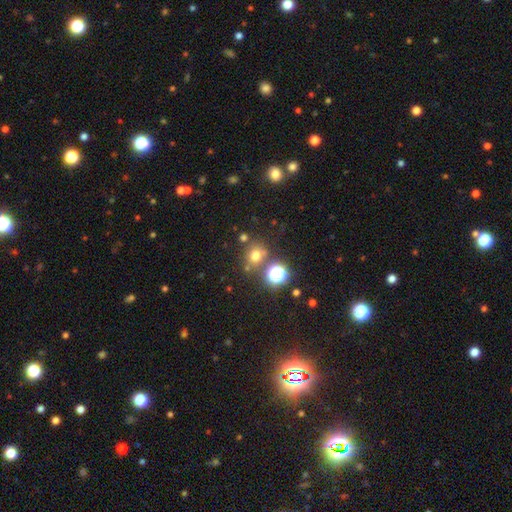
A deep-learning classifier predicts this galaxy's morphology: A smooth galaxy with no disk features (65%) that is round (83%). Merging: none (73%).